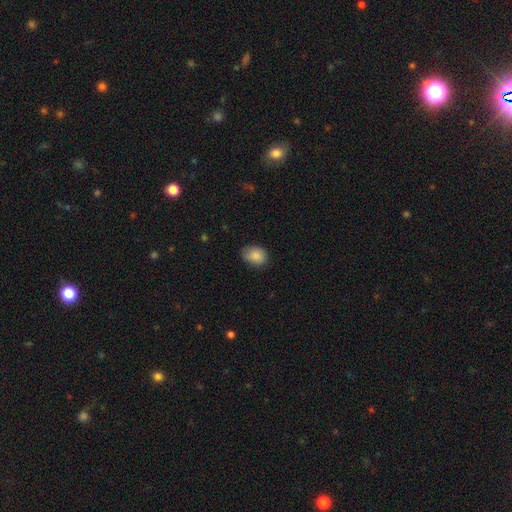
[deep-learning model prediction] A smooth galaxy with no disk features (88%) that is in between round and cigar-shaped (71%). Merging: none (76%).